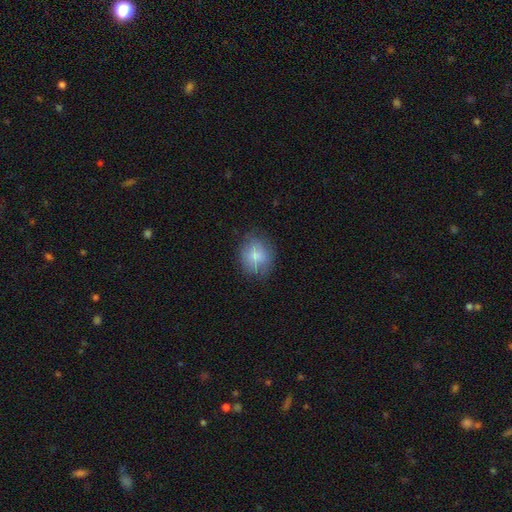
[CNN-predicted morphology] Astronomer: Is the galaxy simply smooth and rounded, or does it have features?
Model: smooth — 76%.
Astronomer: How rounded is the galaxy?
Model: round — 67%.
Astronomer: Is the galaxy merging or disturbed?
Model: none — 71%.